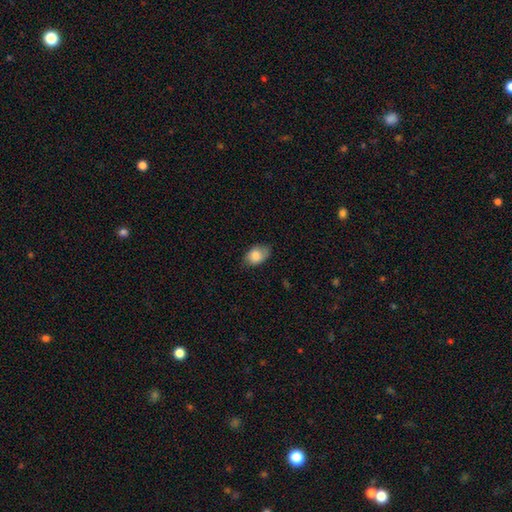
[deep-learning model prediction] A smooth galaxy with no disk features (84%) that is in between round and cigar-shaped (83%).

Vote fractions:
- Smooth or featured? smooth: 84% / featured or disk: 9% / star or artifact: 7%
- How rounded? in between: 83% / round: 16% / cigar-shaped: 1%
- Merging? none: 70% / minor disturbance: 24% / major disturbance: 5% / merger: 1%